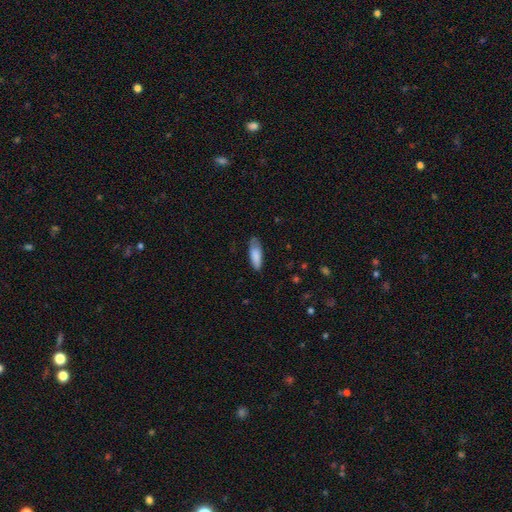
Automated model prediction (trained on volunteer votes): This appears to be a smooth galaxy with no disk features (84%) that is in between round and cigar-shaped (58%). Merging: none (69%).